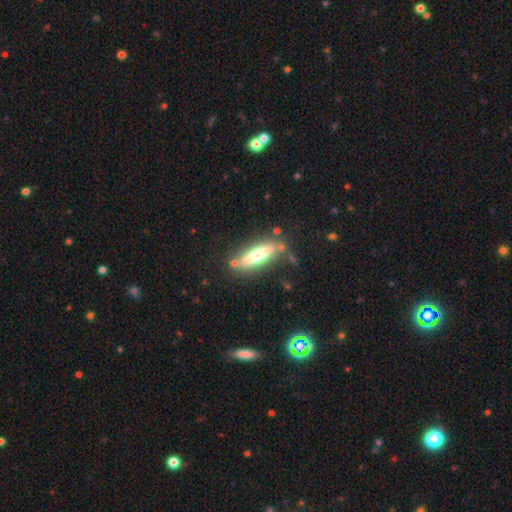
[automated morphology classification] A featured or disk galaxy (47%).

Vote fractions:
- Smooth or featured? featured or disk: 47% / smooth: 46% / star or artifact: 7%
- Merging? none: 77% / minor disturbance: 14% / merger: 6% / major disturbance: 4%